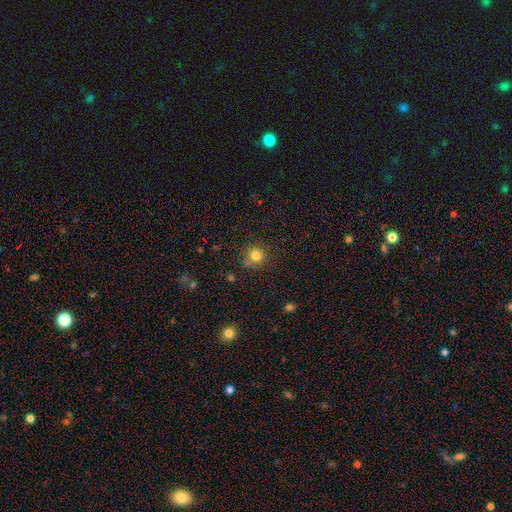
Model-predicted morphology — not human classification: Smooth or featured: smooth — 81% (star or artifact — 13%)
How rounded: round — 92% (in between — 7%)
Merging: none — 80% (minor disturbance — 11%)